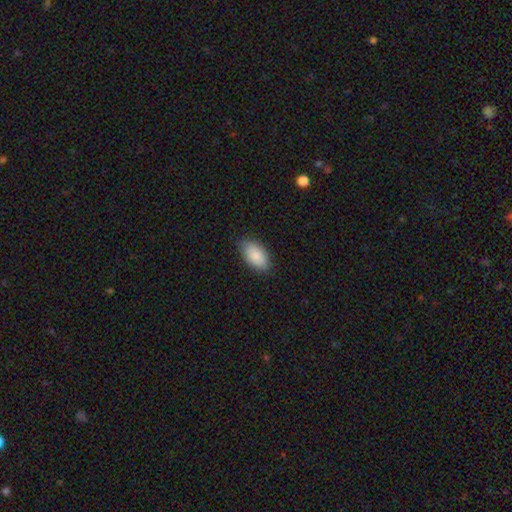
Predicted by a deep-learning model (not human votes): Smooth or featured? Predicted: smooth (p=0.87). How rounded? Predicted: in between (p=0.94). Merging? Predicted: none (p=0.84).